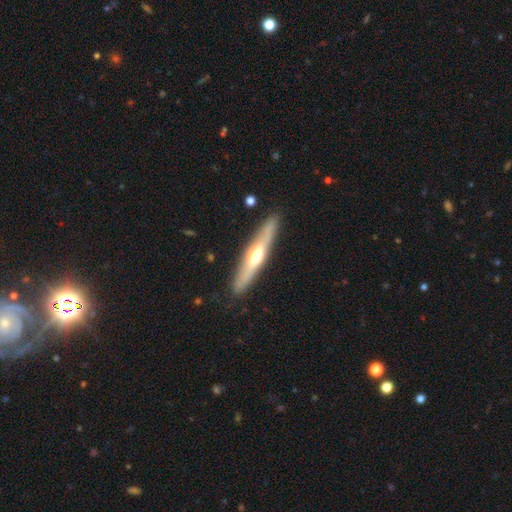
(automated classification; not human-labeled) Overall: featured or disk (58%; smooth 37%). Edge-on disk: yes (87%). Edge-on bulge: rounded (85%). Merging: none (88%).